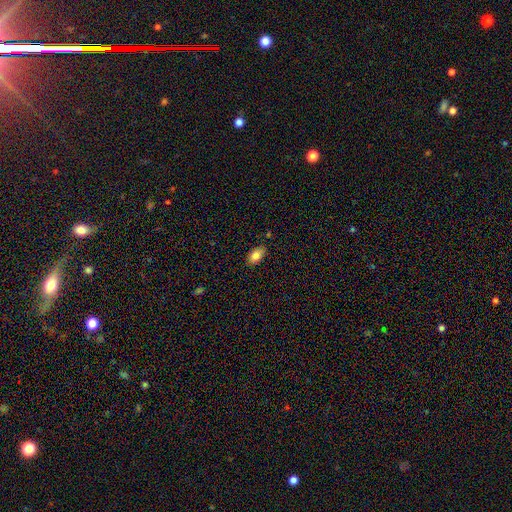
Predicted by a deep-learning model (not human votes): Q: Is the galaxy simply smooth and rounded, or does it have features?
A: smooth — 82%.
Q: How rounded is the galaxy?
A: in between — 91%.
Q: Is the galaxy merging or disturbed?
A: none — 83%.